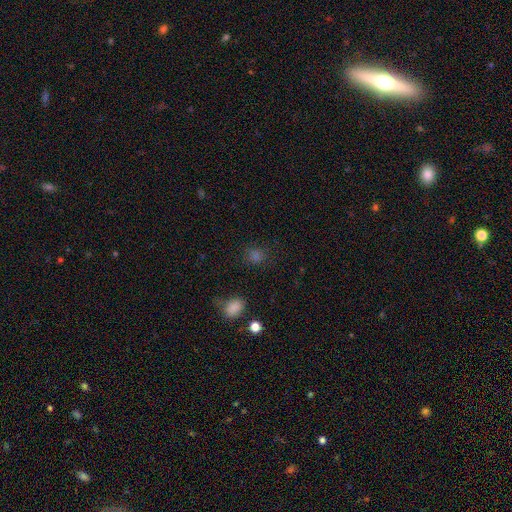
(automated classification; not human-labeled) Smooth or featured? Predicted: smooth (p=0.70). How rounded? Predicted: round (p=0.74). Merging? Predicted: none (p=0.78).